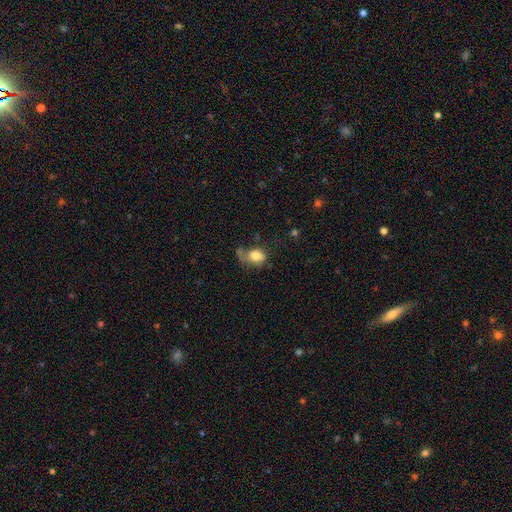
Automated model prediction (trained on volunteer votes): smooth_or_featured: smooth (p=0.71) [alt: featured or disk p=0.20]
how_rounded: in between (p=0.71) [alt: round p=0.28]
merging: major disturbance (p=0.35) [alt: none p=0.29]